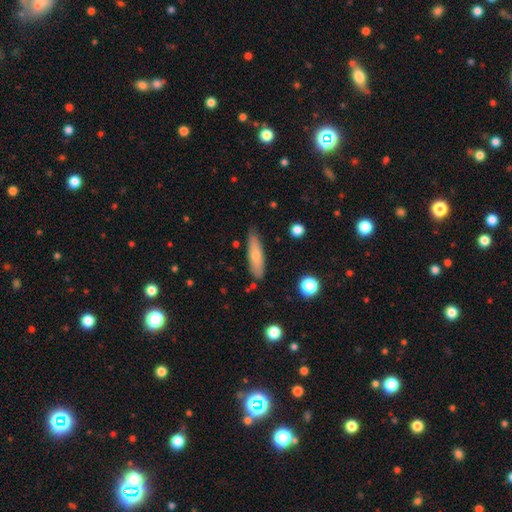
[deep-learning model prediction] A smooth galaxy with no disk features (66%) that is cigar-shaped (67%). Merging: none (81%).